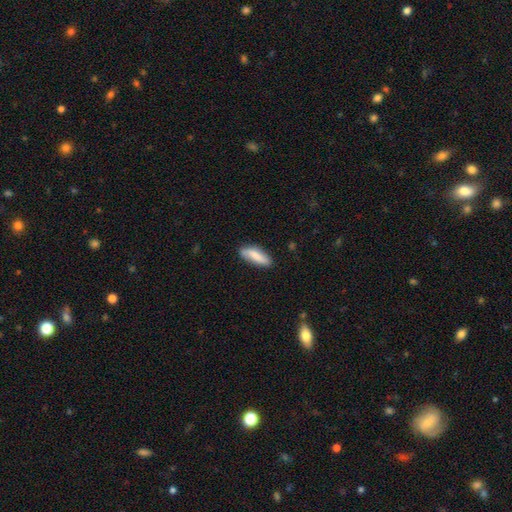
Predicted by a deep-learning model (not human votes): Overall: smooth (73%). How rounded: in between (58%; cigar-shaped 40%). Merging: none (76%).